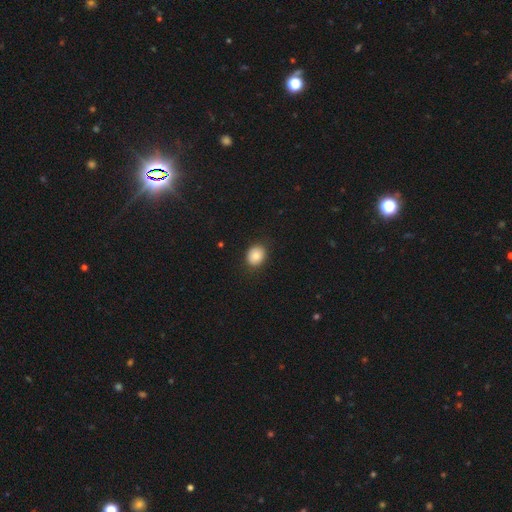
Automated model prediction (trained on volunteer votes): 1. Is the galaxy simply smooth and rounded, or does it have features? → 85% smooth, 9% star or artifact, 7% featured or disk.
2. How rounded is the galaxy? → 55% round, 44% in between, 1% cigar-shaped.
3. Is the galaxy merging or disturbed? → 84% none, 12% minor disturbance, 3% major disturbance, 1% merger.